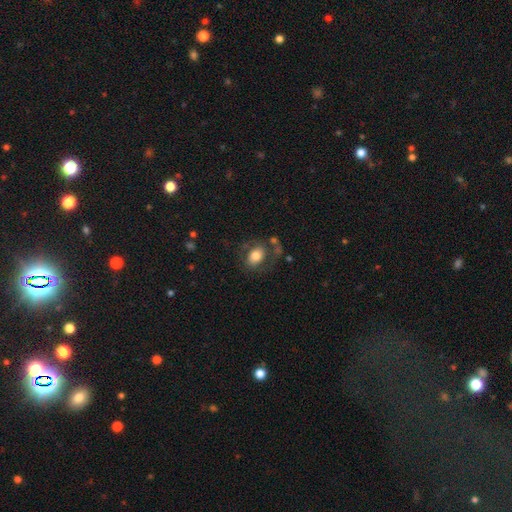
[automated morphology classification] This appears to be a smooth galaxy with no disk features (67%) that is in between round and cigar-shaped (72%). Merging: none (55%).